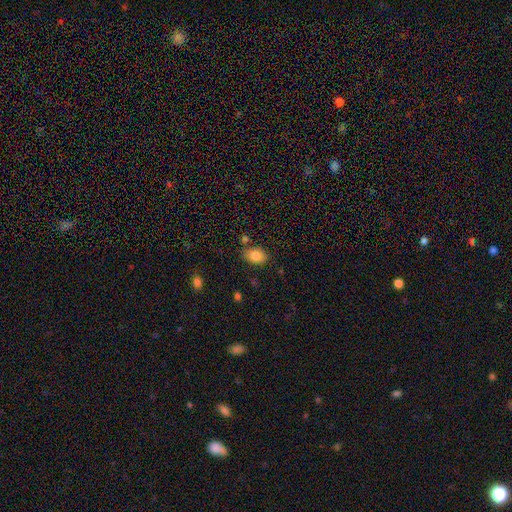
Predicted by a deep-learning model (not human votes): Q: Smooth or featured?
A: smooth (83%); runner-up: featured or disk (9%)
Q: How rounded?
A: in between (82%); runner-up: round (17%)
Q: Merging?
A: none (78%); runner-up: minor disturbance (13%)